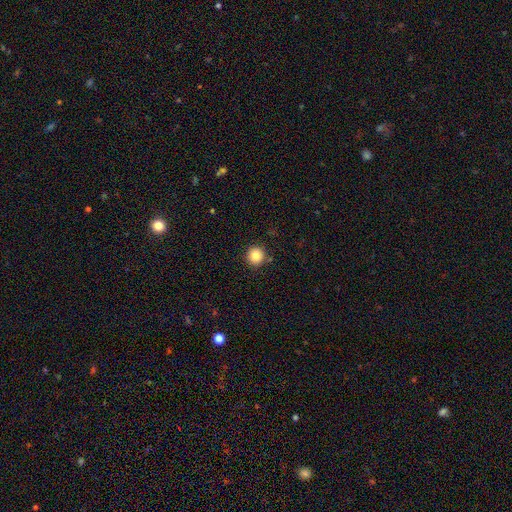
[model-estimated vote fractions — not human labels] Morphology: type=smooth (84%); roundness=round (95%); merging=none (90%).